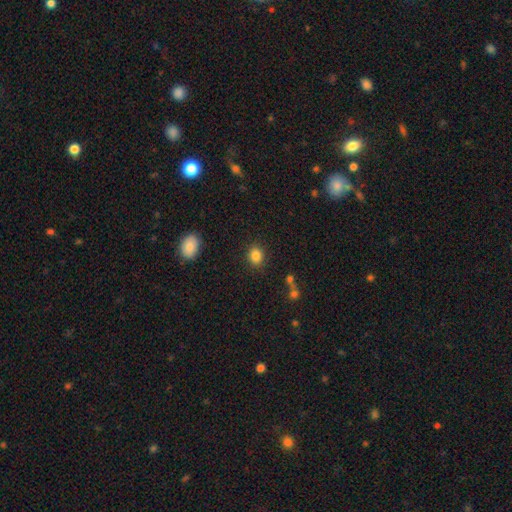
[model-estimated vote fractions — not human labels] The model was most divided on "how rounded": round: 55%, in between: 44%, cigar-shaped: 1%. More confident: merging — none (87%); smooth or featured — smooth (85%).